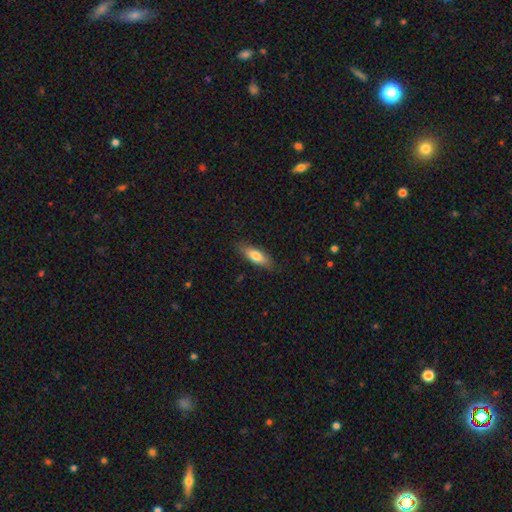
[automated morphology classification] smooth-or-featured: smooth: 74% | featured or disk: 20% | star or artifact: 6%
  how-rounded: in between: 61% | cigar-shaped: 37% | round: 2%
  merging: none: 83% | minor disturbance: 13% | major disturbance: 3% | merger: 1%